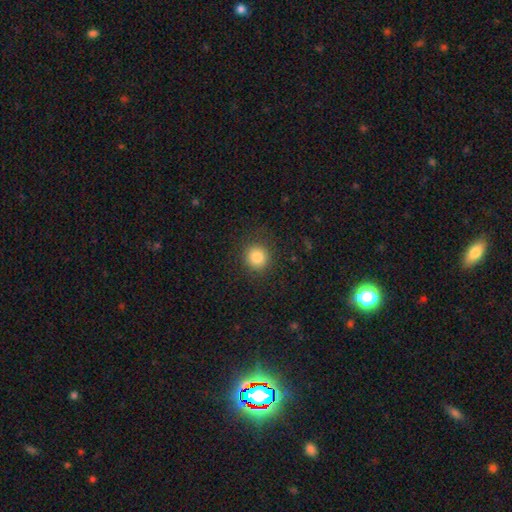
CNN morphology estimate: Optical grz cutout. It shows a smooth galaxy with no disk features (84%) that is round (92%). Merging: none (89%).